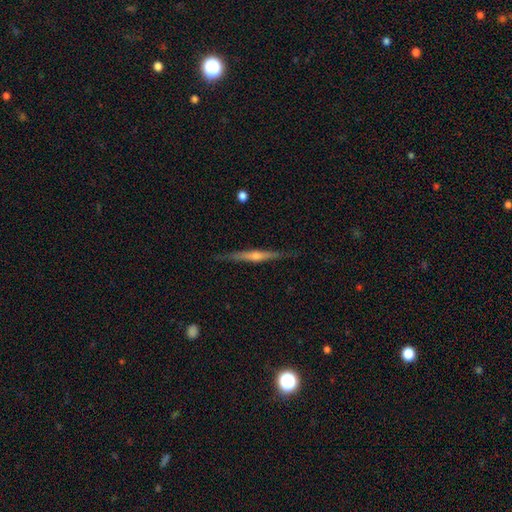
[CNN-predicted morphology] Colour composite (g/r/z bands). It shows a featured or disk galaxy (77%) viewed edge-on (98%) with a rounded central bulge (80%). Merging: none (89%).